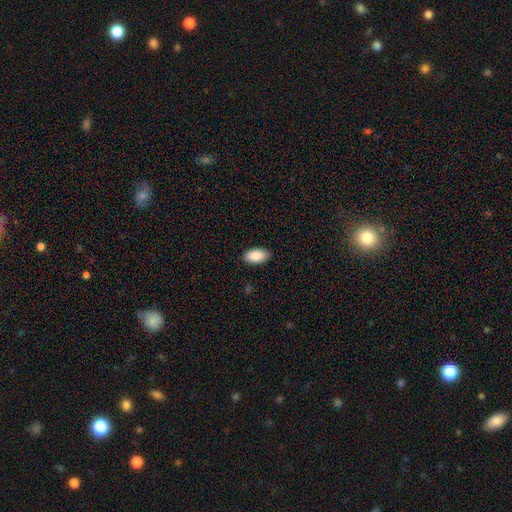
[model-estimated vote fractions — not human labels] This appears to be a smooth galaxy with no disk features (90%) that is in between round and cigar-shaped (95%). Merging: none (87%).